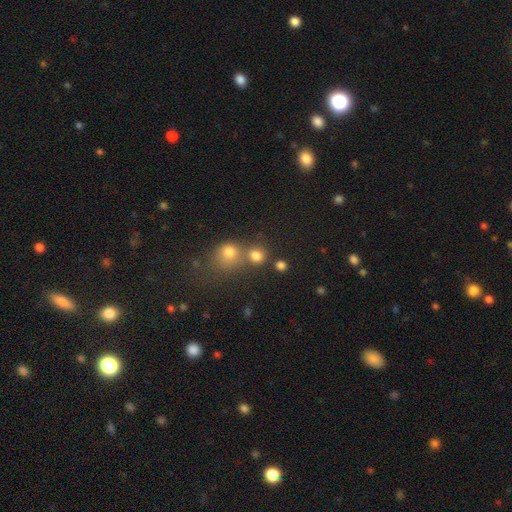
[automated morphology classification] Overall: smooth (74%). How rounded: round (82%). Merging: none (53%; merger 36%).